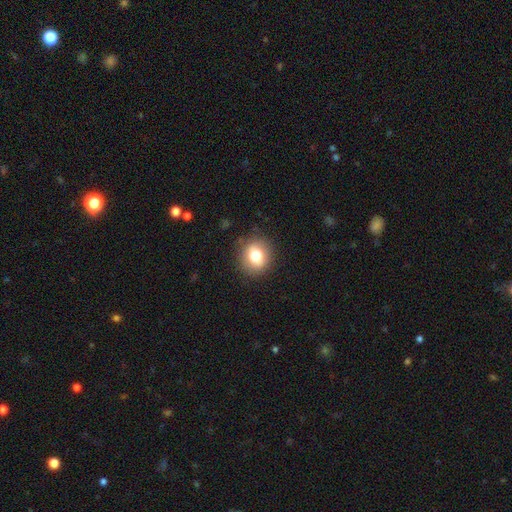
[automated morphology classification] Smooth or featured: smooth — 76% (featured or disk — 14%)
How rounded: round — 76% (in between — 23%)
Merging: none — 87% (minor disturbance — 9%)